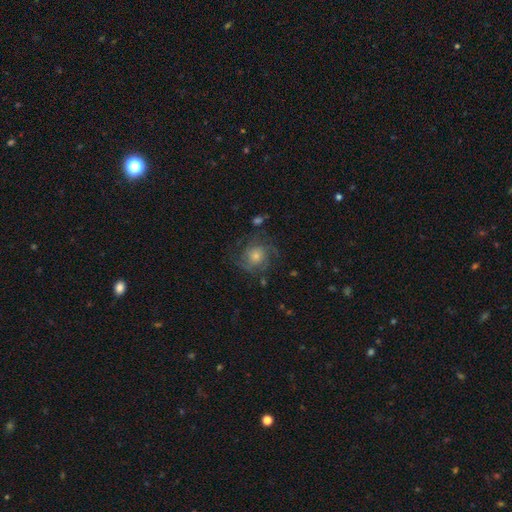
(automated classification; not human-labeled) smooth_or_featured: featured or disk (p=0.70) [alt: smooth p=0.17]
disk_edge_on: no (p=0.98) [alt: yes p=0.02]
bar: no (p=0.76) [alt: weak p=0.20]
has_spiral_arms: yes (p=0.93) [alt: no p=0.07]
spiral_winding: medium (p=0.44) [alt: tight p=0.42]
spiral_arm_count: 2 (p=0.32) [alt: 3 p=0.26]
bulge_size: moderate (p=0.52) [alt: small p=0.34]
merging: none (p=0.74) [alt: minor disturbance p=0.15]